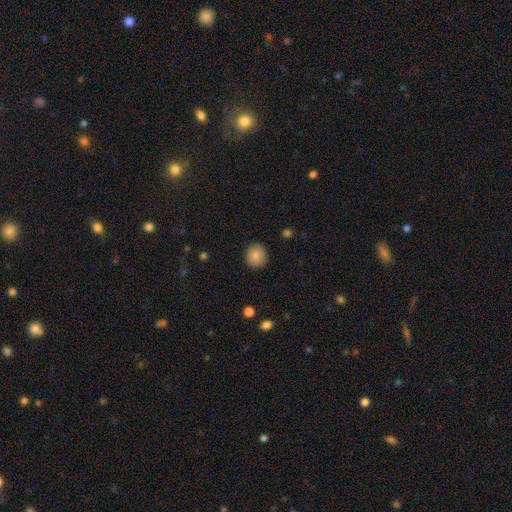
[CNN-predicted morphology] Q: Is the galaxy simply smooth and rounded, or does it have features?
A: smooth — 86%.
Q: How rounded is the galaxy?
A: round — 89%.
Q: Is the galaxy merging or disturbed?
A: none — 89%.